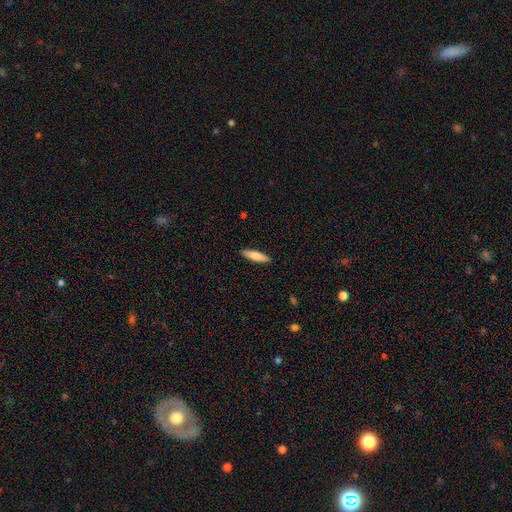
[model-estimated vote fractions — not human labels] Smooth or featured: smooth — 81% (featured or disk — 14%)
How rounded: cigar-shaped — 71% (in between — 27%)
Merging: none — 90% (minor disturbance — 8%)